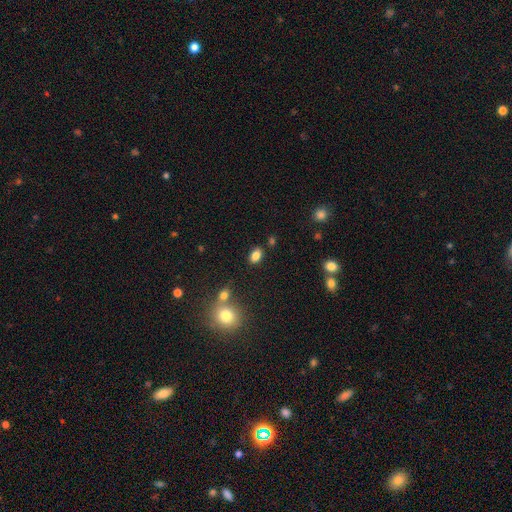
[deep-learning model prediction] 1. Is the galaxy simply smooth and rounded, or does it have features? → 83% smooth, 11% star or artifact, 6% featured or disk.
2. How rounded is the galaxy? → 82% in between, 17% round, 2% cigar-shaped.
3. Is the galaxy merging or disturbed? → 81% none, 11% minor disturbance, 6% merger, 3% major disturbance.